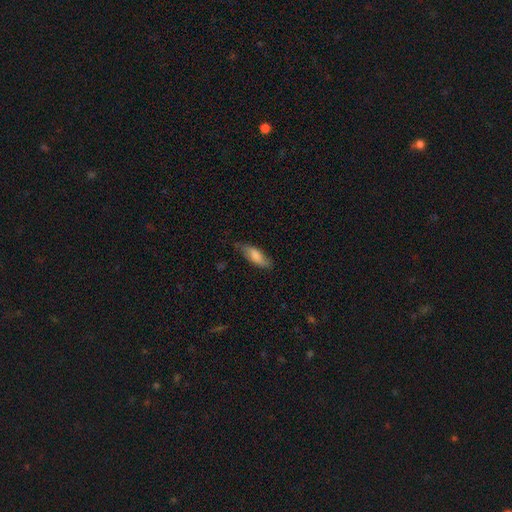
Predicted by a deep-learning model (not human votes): A smooth galaxy with no disk features (75%) that is in between round and cigar-shaped (62%). Merging: none (67%).